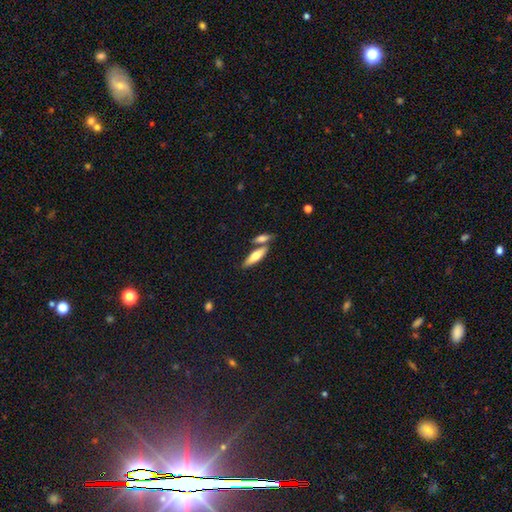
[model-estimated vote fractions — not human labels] The model was most divided on "how rounded": cigar-shaped: 59%, in between: 38%, round: 2%. More confident: smooth or featured — smooth (60%); merging — none (60%).